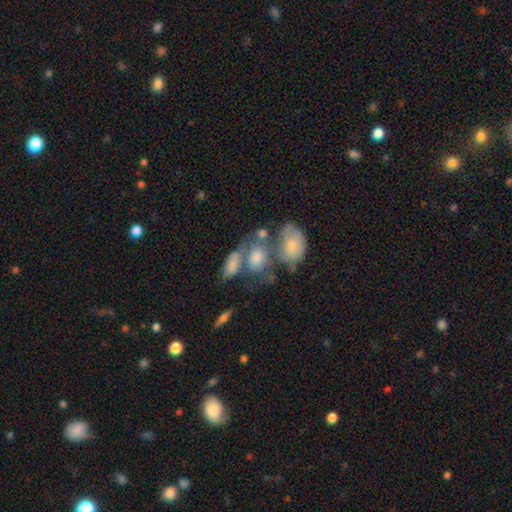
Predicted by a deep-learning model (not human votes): This is marginally a smooth galaxy (42%). Merging: possibly merger (47%).